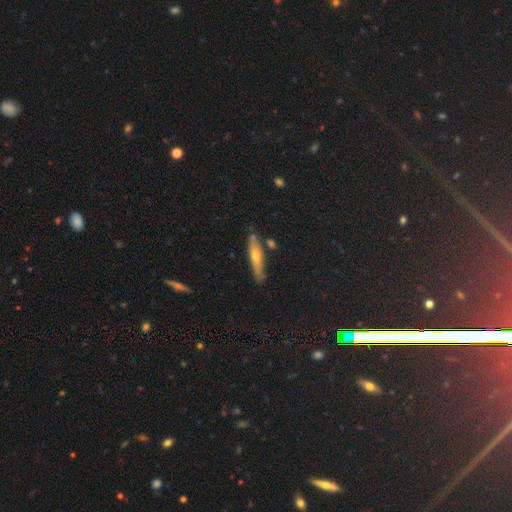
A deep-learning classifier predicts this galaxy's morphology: A featured or disk galaxy (47%).

Vote fractions:
- Smooth or featured? featured or disk: 47% / smooth: 42% / star or artifact: 11%
- Merging? none: 82% / minor disturbance: 12% / merger: 4% / major disturbance: 2%